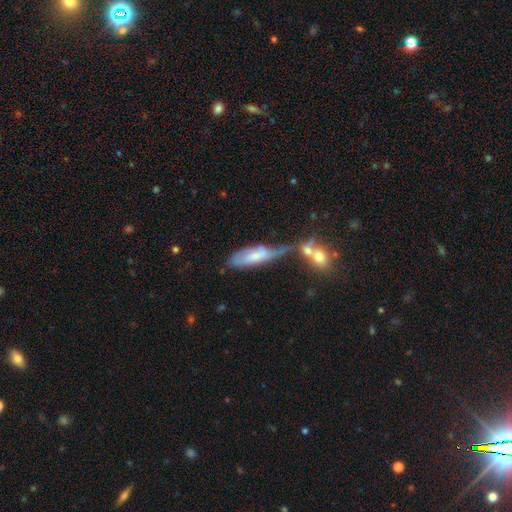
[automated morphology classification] smooth_or_featured: smooth (p=0.50) [alt: featured or disk p=0.42]
how_rounded: in between (p=0.55) [alt: cigar-shaped p=0.42]
merging: merger (p=0.33) [alt: none p=0.23]